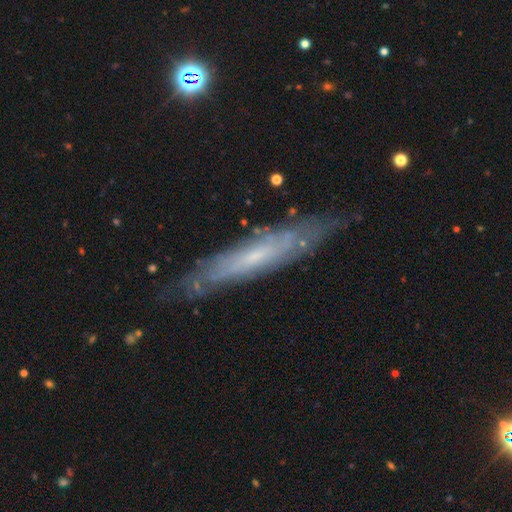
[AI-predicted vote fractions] Smooth or featured: featured or disk — 70% (smooth — 22%)
Edge-on disk: yes — 53% (no — 47%)
Merging: none — 76% (minor disturbance — 18%)